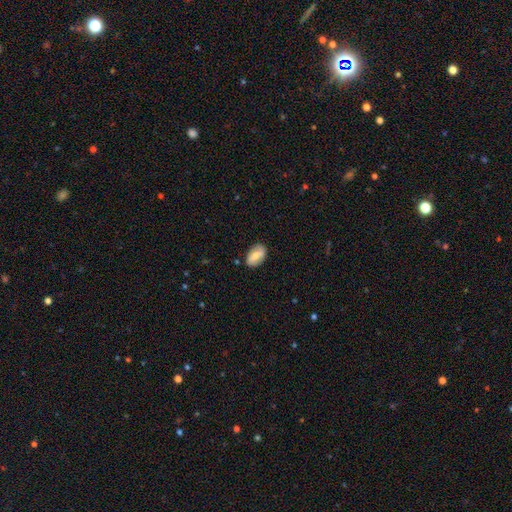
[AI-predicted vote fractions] This is possibly a smooth galaxy (56%). How rounded: clearly in between (89%). Merging: clearly none (82%).